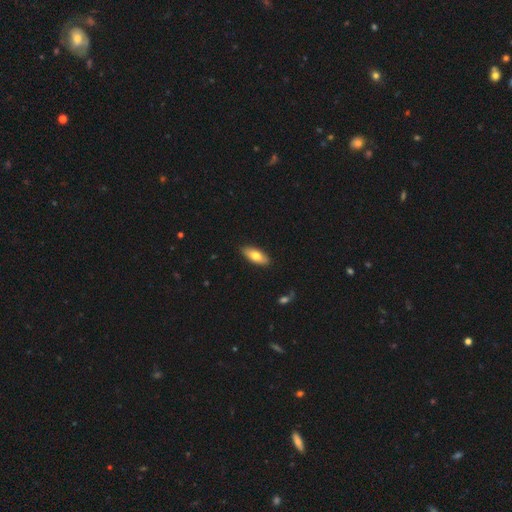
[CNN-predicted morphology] type=smooth (73%); roundness=in between (77%); merging=none (88%).